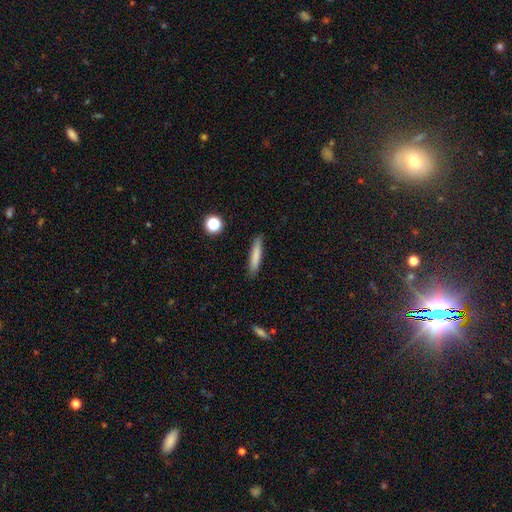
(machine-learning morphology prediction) A smooth galaxy with no disk features (80%) that is cigar-shaped (89%). Merging: none (88%).